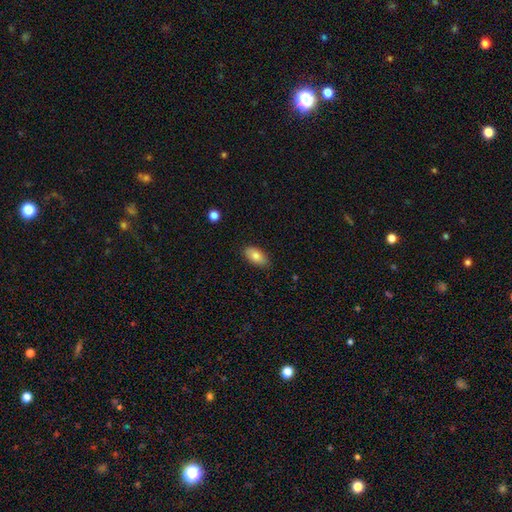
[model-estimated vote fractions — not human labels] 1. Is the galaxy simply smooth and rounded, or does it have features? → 80% smooth, 13% featured or disk, 7% star or artifact.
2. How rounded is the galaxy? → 92% in between, 5% cigar-shaped, 4% round.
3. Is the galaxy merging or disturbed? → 86% none, 11% minor disturbance, 2% major disturbance, 1% merger.